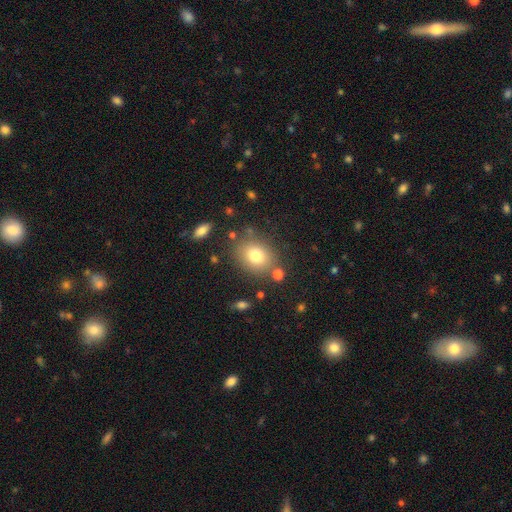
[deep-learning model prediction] Smooth or featured? smooth (78%)
How rounded? round (51%)
Merging? none (77%)